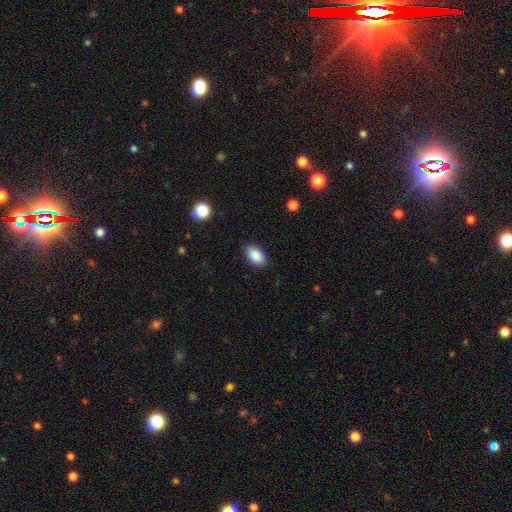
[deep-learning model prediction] This is clearly a smooth galaxy (88%). How rounded: clearly in between (93%). Merging: clearly none (88%).